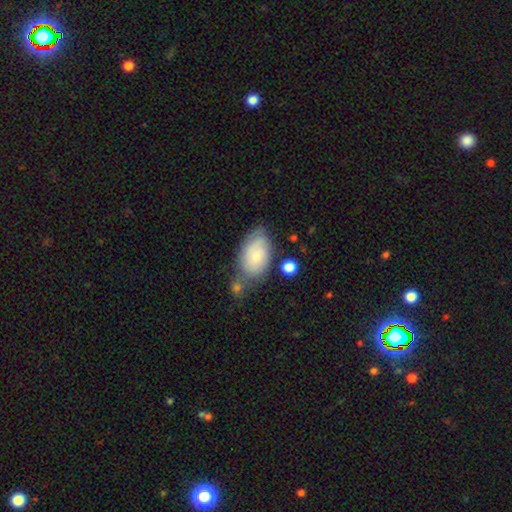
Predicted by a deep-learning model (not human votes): A smooth galaxy with no disk features (65%) that is in between round and cigar-shaped (91%).

Vote fractions:
- Smooth or featured? smooth: 65% / featured or disk: 28% / star or artifact: 7%
- How rounded? in between: 91% / round: 7% / cigar-shaped: 2%
- Merging? none: 48% / minor disturbance: 28% / merger: 14% / major disturbance: 10%